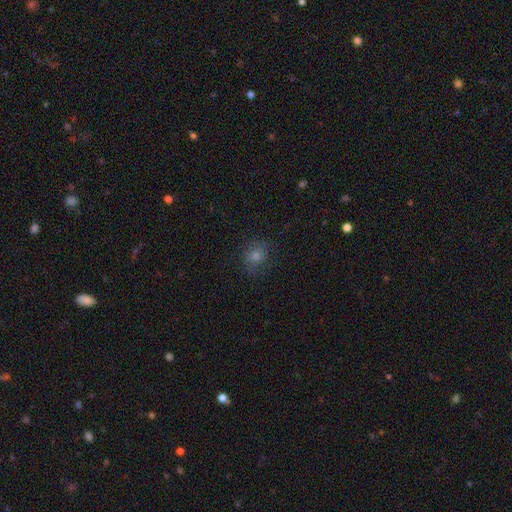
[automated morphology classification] Smooth or featured?
  - smooth: 60% *
  - star or artifact: 25%
  - featured or disk: 15%
How rounded?
  - round: 69% *
  - in between: 30%
  - cigar-shaped: 1%
Merging?
  - none: 77% *
  - minor disturbance: 15%
  - major disturbance: 7%
  - merger: 1%